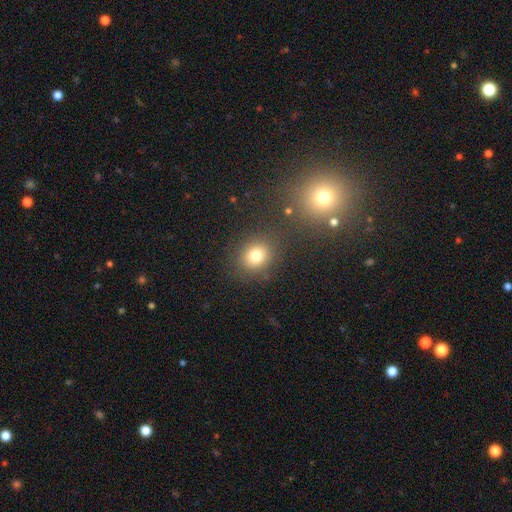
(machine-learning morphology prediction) smooth_or_featured: smooth (p=0.78) [alt: star or artifact p=0.14]
how_rounded: round (p=0.71) [alt: in between p=0.28]
merging: none (p=0.81) [alt: minor disturbance p=0.10]